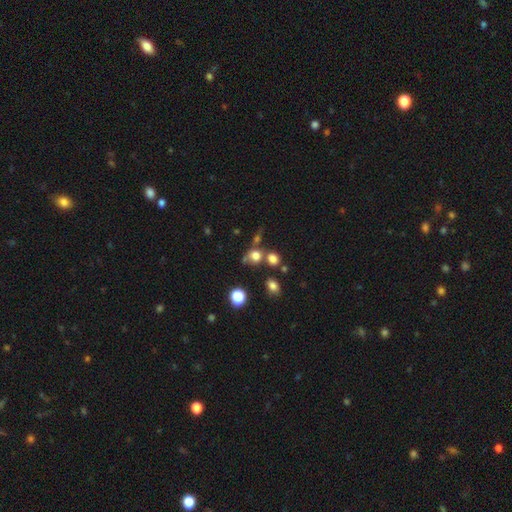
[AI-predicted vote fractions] A smooth galaxy with no disk features (72%) that is round (75%).

Vote fractions:
- Smooth or featured? smooth: 72% / star or artifact: 18% / featured or disk: 11%
- How rounded? round: 75% / in between: 24% / cigar-shaped: 1%
- Merging? none: 50% / merger: 28% / minor disturbance: 14% / major disturbance: 8%